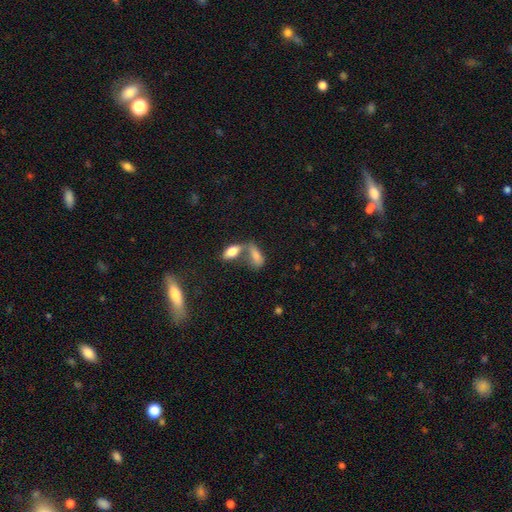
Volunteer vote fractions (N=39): Smooth or featured? 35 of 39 (90%) said smooth. How rounded? 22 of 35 (63%) said in between. Merging? 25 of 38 (66%) said merger.